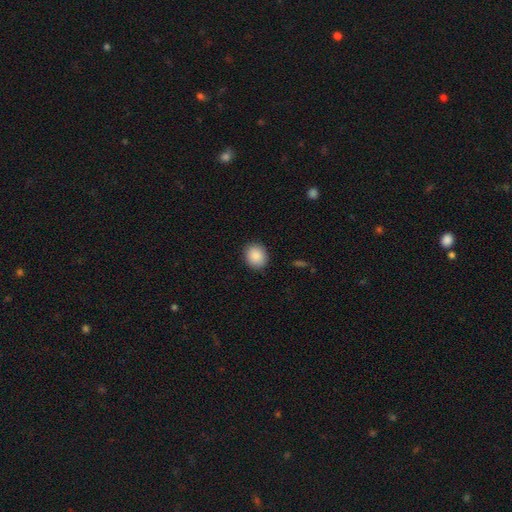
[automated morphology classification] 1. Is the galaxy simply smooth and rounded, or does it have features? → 89% smooth, 7% star or artifact, 4% featured or disk.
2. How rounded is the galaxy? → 65% round, 34% in between, 1% cigar-shaped.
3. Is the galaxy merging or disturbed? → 89% none, 7% minor disturbance, 2% major disturbance, 1% merger.